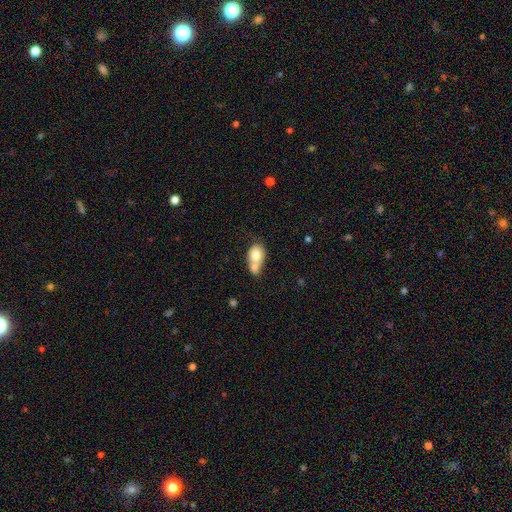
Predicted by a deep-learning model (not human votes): smooth_or_featured: smooth (p=0.72) [alt: featured or disk p=0.20]
how_rounded: in between (p=0.66) [alt: round p=0.32]
merging: merger (p=0.67) [alt: none p=0.20]